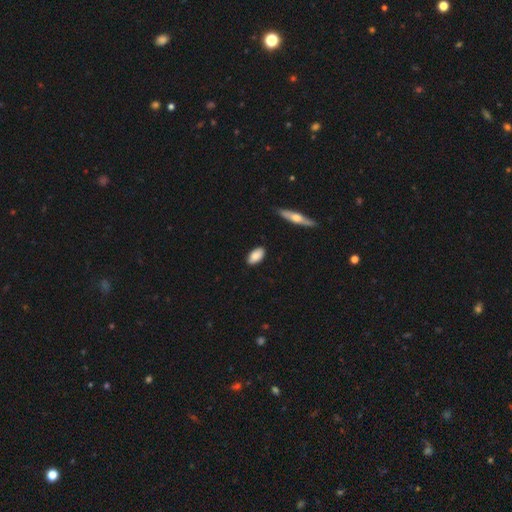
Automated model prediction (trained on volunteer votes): Morphology: type=smooth (86%); roundness=in between (92%); merging=none (86%).